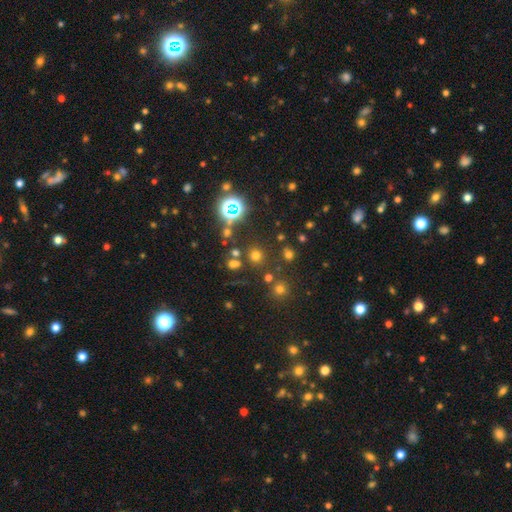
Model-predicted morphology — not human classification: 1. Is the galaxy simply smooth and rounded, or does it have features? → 61% smooth, 32% star or artifact, 7% featured or disk.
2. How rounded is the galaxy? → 90% round, 9% in between, 1% cigar-shaped.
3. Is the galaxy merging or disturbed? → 81% none, 8% minor disturbance, 7% merger, 4% major disturbance.